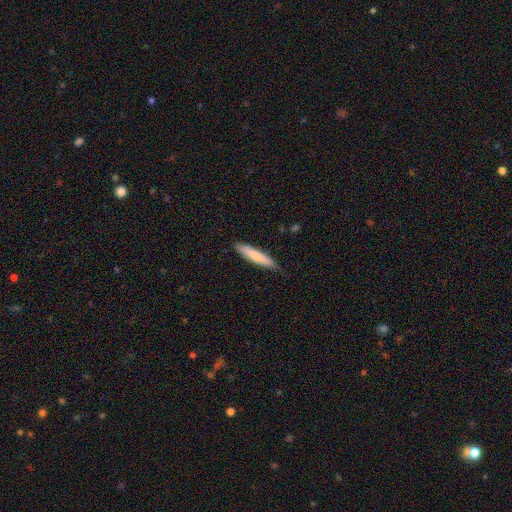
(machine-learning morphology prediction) smooth_or_featured: smooth (p=0.77) [alt: featured or disk p=0.18]
how_rounded: cigar-shaped (p=0.87) [alt: in between p=0.12]
merging: none (p=0.83) [alt: minor disturbance p=0.14]